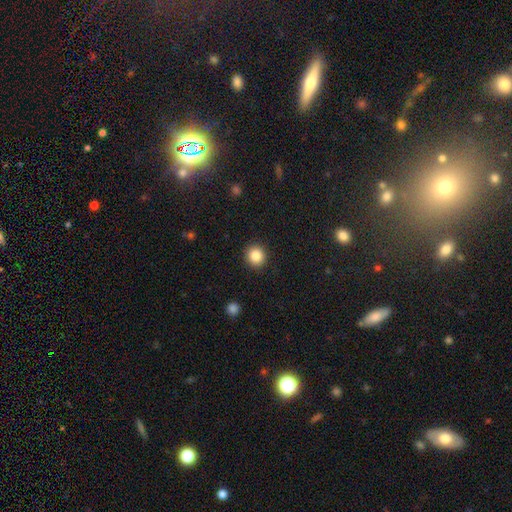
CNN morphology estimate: type=smooth (86%); roundness=round (90%); merging=none (92%).